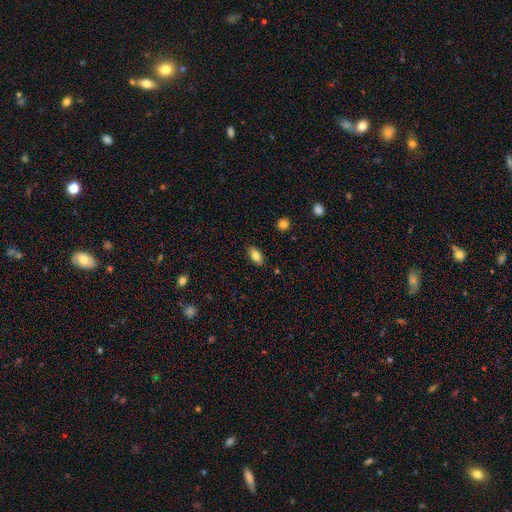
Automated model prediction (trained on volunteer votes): Q: Smooth or featured?
A: smooth (81%); runner-up: featured or disk (11%)
Q: How rounded?
A: in between (89%); runner-up: cigar-shaped (7%)
Q: Merging?
A: none (86%); runner-up: minor disturbance (11%)